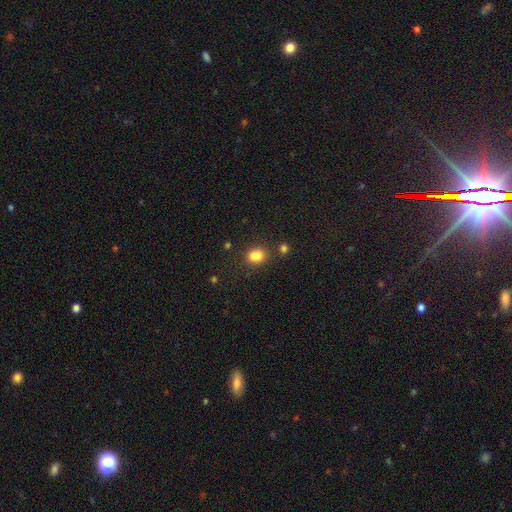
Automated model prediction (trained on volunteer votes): Smooth or featured?
  - smooth: 79% *
  - star or artifact: 13%
  - featured or disk: 8%
How rounded?
  - round: 53% *
  - in between: 45%
  - cigar-shaped: 1%
Merging?
  - none: 52% *
  - merger: 29%
  - minor disturbance: 14%
  - major disturbance: 5%